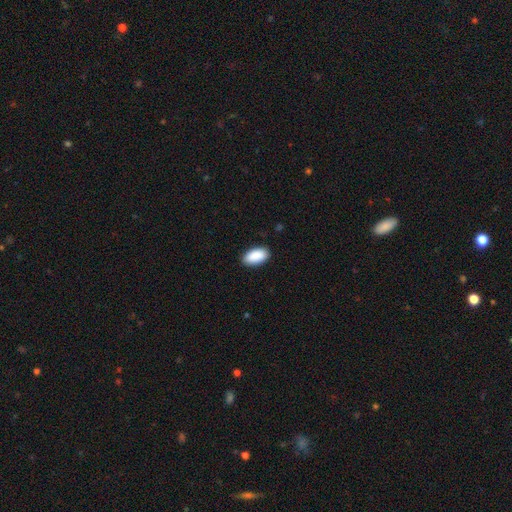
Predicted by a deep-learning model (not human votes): Morphology: type=smooth (91%); roundness=in between (95%); merging=none (88%).